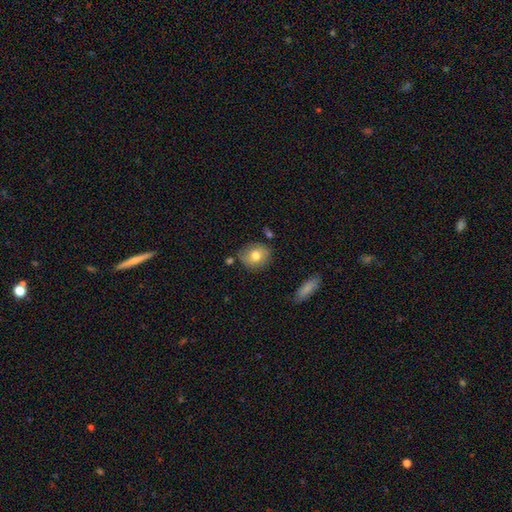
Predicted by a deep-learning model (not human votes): The model was most divided on "how rounded": round: 70%, in between: 29%, cigar-shaped: 1%. More confident: merging — none (77%); smooth or featured — smooth (75%).